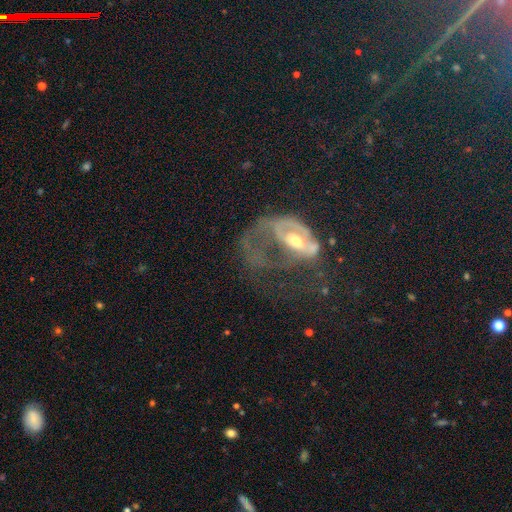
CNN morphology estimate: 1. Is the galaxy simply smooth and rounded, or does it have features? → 63% featured or disk, 20% smooth, 16% star or artifact.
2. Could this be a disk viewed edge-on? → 94% no, 6% yes.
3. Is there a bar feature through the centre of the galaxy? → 65% no, 23% weak, 12% strong.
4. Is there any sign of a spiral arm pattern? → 58% no, 42% yes.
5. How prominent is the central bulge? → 58% moderate, 31% small, 6% large, 4% none, 2% dominant.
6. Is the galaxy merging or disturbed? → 66% major disturbance, 15% none, 11% minor disturbance, 7% merger.